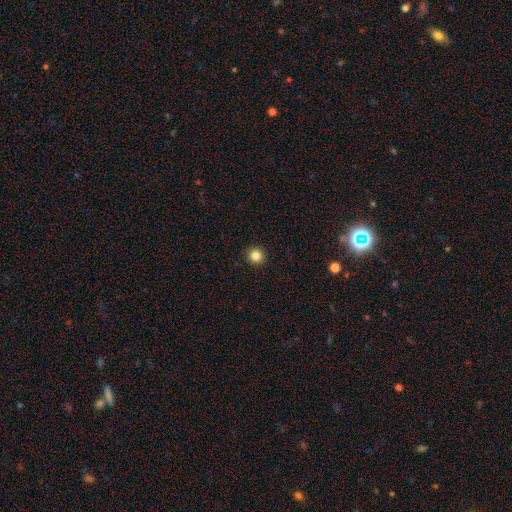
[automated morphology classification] This appears to be a smooth galaxy with no disk features (84%) that is round (95%). Merging: none (93%).